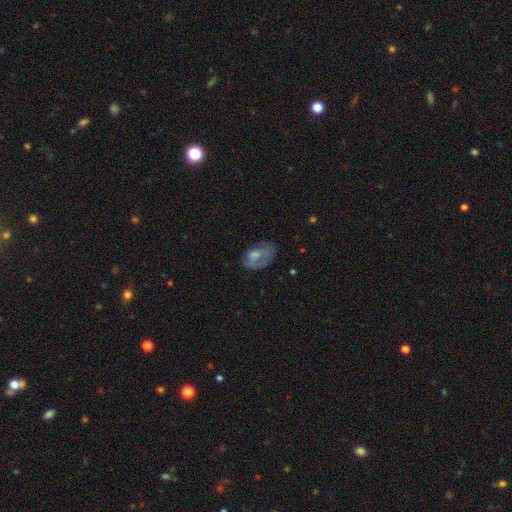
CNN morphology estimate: This appears to be a smooth galaxy with no disk features (65%) that is in between round and cigar-shaped (86%). Merging: none (45%).